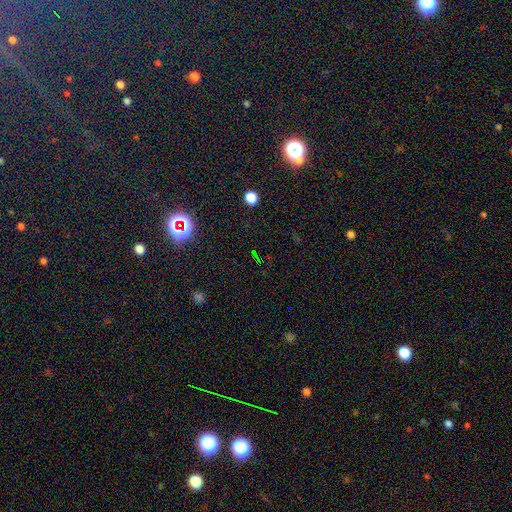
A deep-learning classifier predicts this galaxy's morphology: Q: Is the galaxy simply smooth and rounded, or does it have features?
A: star or artifact — 74%.